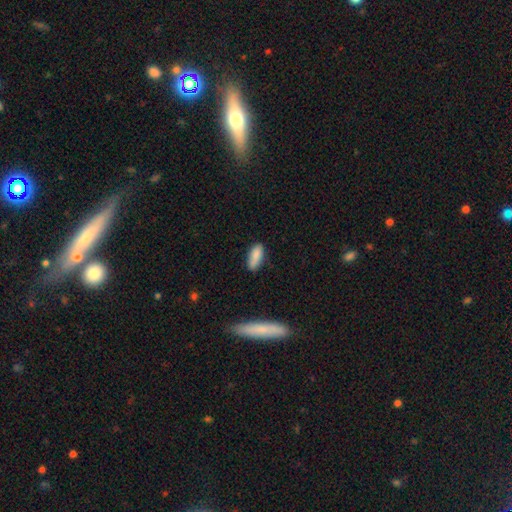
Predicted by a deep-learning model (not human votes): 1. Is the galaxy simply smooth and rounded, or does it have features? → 86% smooth, 7% featured or disk, 7% star or artifact.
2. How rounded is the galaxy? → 76% in between, 21% cigar-shaped, 2% round.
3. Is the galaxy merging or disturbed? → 72% none, 21% minor disturbance, 4% major disturbance, 3% merger.